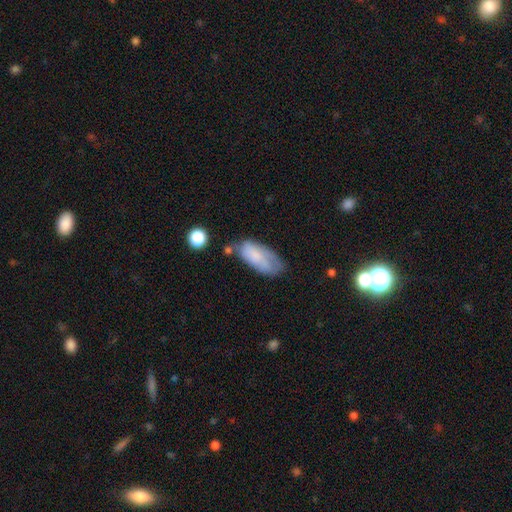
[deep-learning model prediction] A smooth galaxy with no disk features (66%) that is in between round and cigar-shaped (86%). Merging: none (43%).